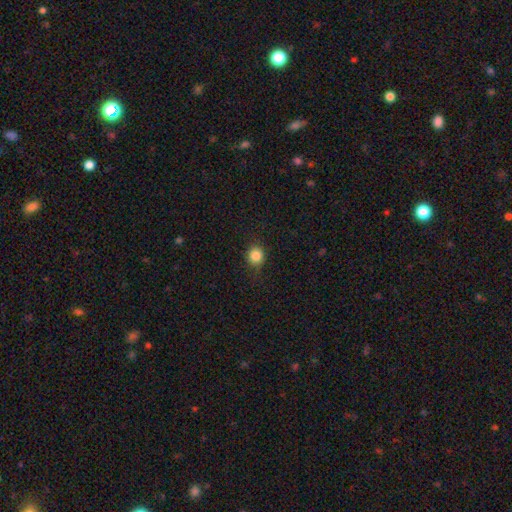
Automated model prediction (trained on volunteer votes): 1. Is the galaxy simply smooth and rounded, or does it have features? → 84% smooth, 11% star or artifact, 5% featured or disk.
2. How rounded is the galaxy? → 85% round, 14% in between, 1% cigar-shaped.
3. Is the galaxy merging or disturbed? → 82% none, 14% minor disturbance, 4% major disturbance, 1% merger.